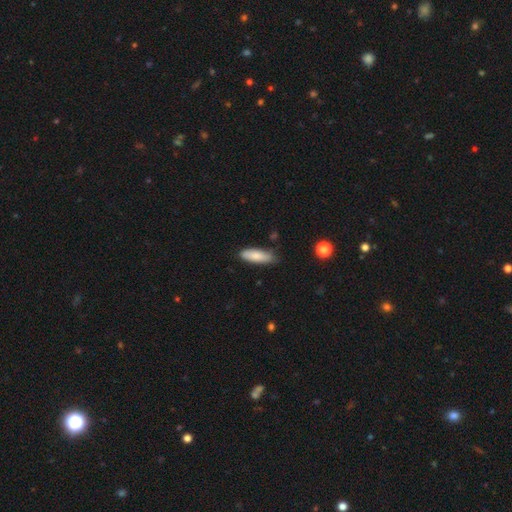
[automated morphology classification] The model was most divided on "how rounded": in between: 56%, cigar-shaped: 42%, round: 2%. More confident: smooth or featured — smooth (83%); merging — none (78%).